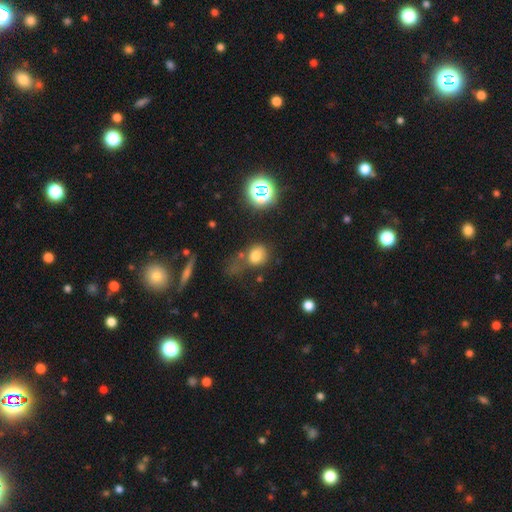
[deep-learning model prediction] Morphology: type=smooth (71%); roundness=round (60%); merging=none (45%).